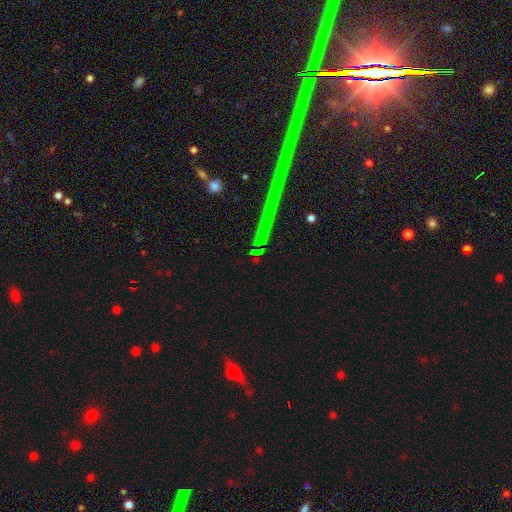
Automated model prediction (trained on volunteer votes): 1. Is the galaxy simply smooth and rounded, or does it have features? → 66% star or artifact, 17% smooth, 17% featured or disk.